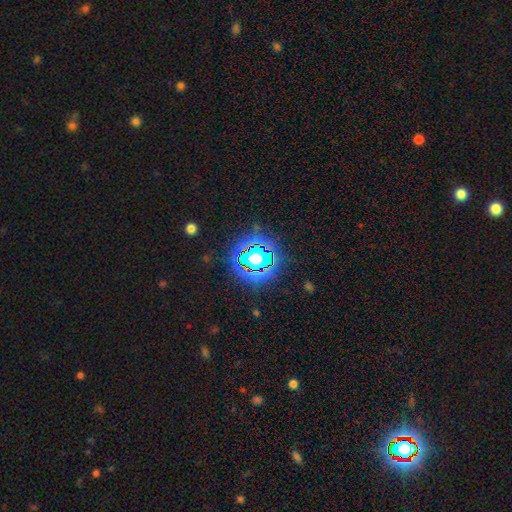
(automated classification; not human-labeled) A star or artifact, not a galaxy (78%).